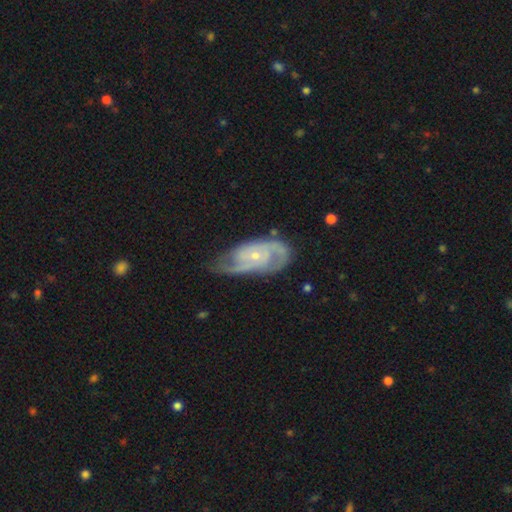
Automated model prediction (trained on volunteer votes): This is clearly a featured or disk galaxy (86%). It is clearly not viewed edge-on (96%). Bar: likely no (68%). Spiral arm pattern: clearly yes (96%). Spiral arm count: likely 2 (61%). Spiral winding: possibly medium (45%). Central bulge: likely small (71%). Merging: likely none (63%).